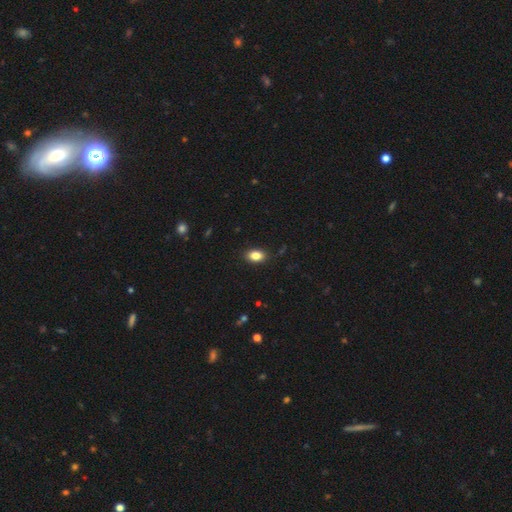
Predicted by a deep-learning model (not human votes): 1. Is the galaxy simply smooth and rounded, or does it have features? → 85% smooth, 9% star or artifact, 6% featured or disk.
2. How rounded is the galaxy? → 85% in between, 13% round, 2% cigar-shaped.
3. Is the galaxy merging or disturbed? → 87% none, 9% minor disturbance, 2% major disturbance, 1% merger.